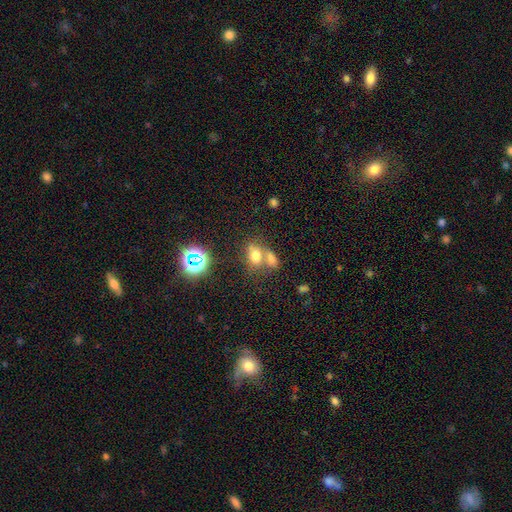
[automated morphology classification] smooth-or-featured: smooth: 67% | star or artifact: 19% | featured or disk: 14%
  how-rounded: in between: 72% | round: 24% | cigar-shaped: 3%
  merging: merger: 49% | none: 35% | minor disturbance: 10% | major disturbance: 6%